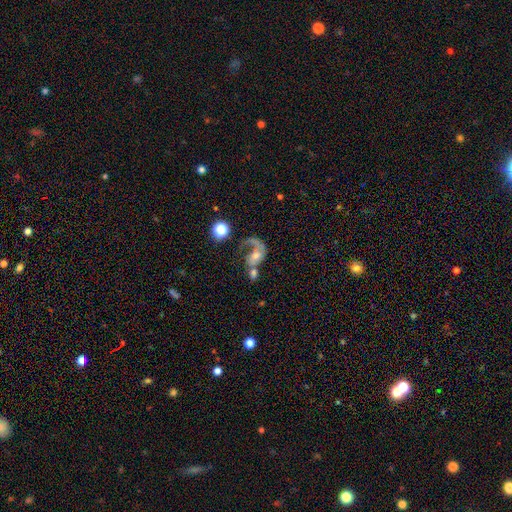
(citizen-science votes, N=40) smooth-or-featured: featured or disk: 75% | smooth: 12% | star or artifact: 12%
  disk-edge-on: no: 100% | yes: 0%
    bar: no: 70% | weak: 23% | strong: 7%
    has-spiral-arms: yes: 70% | no: 30%
      spiral-winding: loose: 57% | medium: 29% | tight: 14%
      spiral-arm-count: 1: 90% | 2: 5% | can't tell: 5% | 3: 0% | 4: 0% | more than 4: 0%
    bulge-size: small: 47% | moderate: 43% | large: 7% | none: 3% | dominant: 0%
  merging: major disturbance: 51% | none: 17% | merger: 17% | minor disturbance: 14%